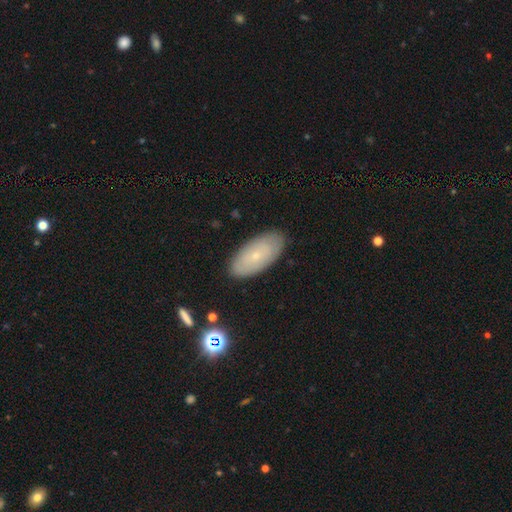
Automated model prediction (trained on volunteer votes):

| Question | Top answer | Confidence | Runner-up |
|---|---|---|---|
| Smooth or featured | smooth | 60% | featured or disk (32%) |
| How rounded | in between | 92% | cigar-shaped (5%) |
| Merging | none | 86% | minor disturbance (11%) |